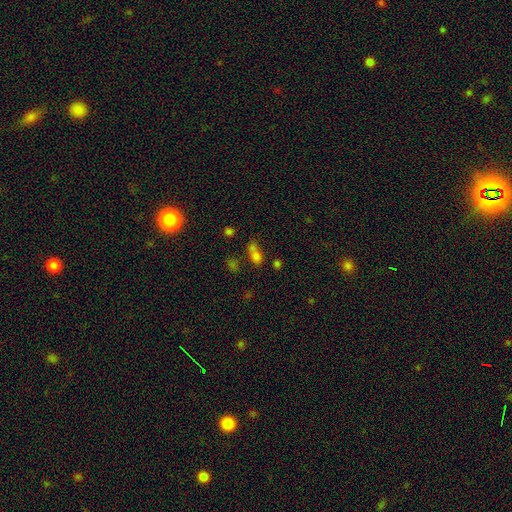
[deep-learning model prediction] A smooth galaxy with no disk features (66%) that is in between round and cigar-shaped (68%).

Vote fractions:
- Smooth or featured? smooth: 66% / star or artifact: 23% / featured or disk: 11%
- How rounded? in between: 68% / round: 26% / cigar-shaped: 6%
- Merging? none: 38% (tied) / merger: 38% (tied) / minor disturbance: 15% / major disturbance: 9%